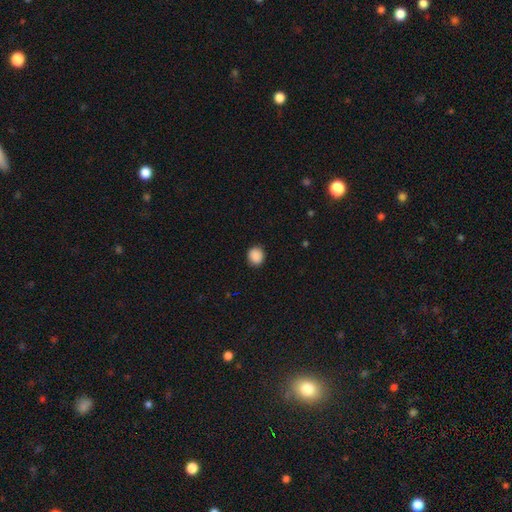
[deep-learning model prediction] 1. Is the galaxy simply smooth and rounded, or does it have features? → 89% smooth, 8% star or artifact, 2% featured or disk.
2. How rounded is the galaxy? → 82% round, 17% in between, 1% cigar-shaped.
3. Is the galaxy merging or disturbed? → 90% none, 7% minor disturbance, 2% major disturbance, 1% merger.